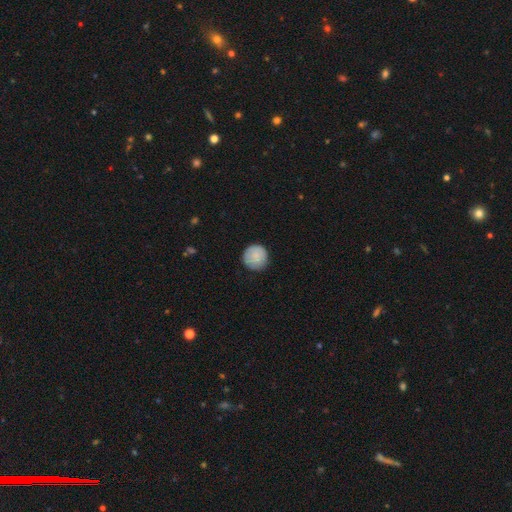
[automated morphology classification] Smooth or featured? Predicted: smooth (p=0.85). How rounded? Predicted: round (p=0.95). Merging? Predicted: none (p=0.88).